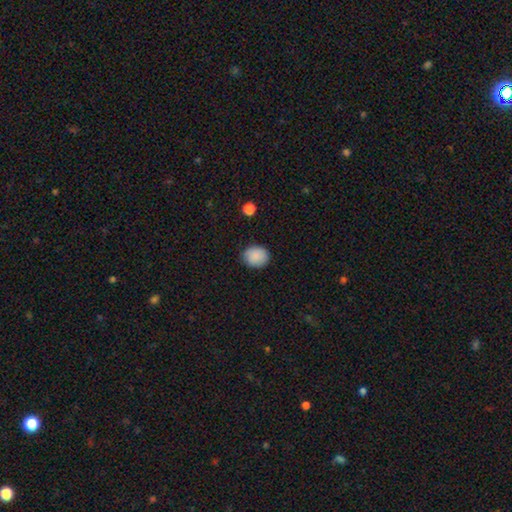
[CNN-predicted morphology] This is clearly a smooth galaxy (88%). How rounded: likely round (67%). Merging: clearly none (85%).